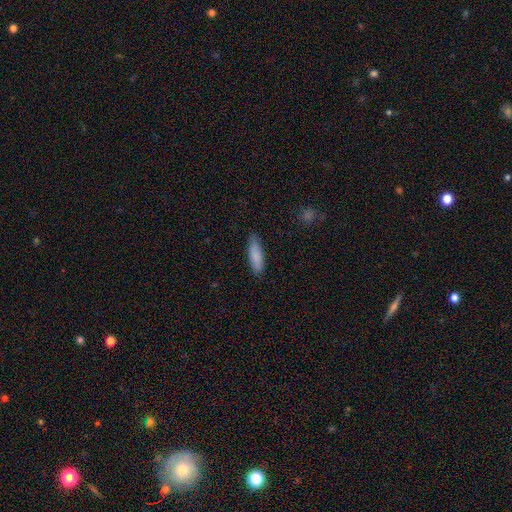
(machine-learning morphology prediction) A smooth galaxy with no disk features (86%) that is cigar-shaped (63%). Merging: none (84%).